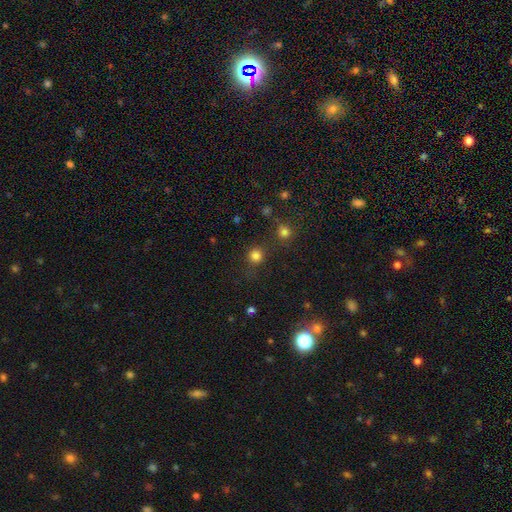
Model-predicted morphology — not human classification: A smooth galaxy with no disk features (79%) that is round (93%).

Vote fractions:
- Smooth or featured? smooth: 79% / star or artifact: 17% / featured or disk: 4%
- How rounded? round: 93% / in between: 6% / cigar-shaped: 1%
- Merging? none: 81% / minor disturbance: 9% / merger: 6% / major disturbance: 4%